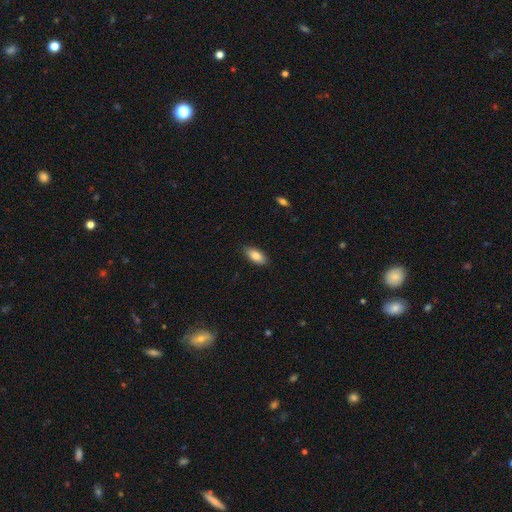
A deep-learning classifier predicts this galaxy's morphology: Smooth or featured: smooth — 83% (featured or disk — 10%)
How rounded: in between — 88% (cigar-shaped — 10%)
Merging: none — 87% (minor disturbance — 10%)